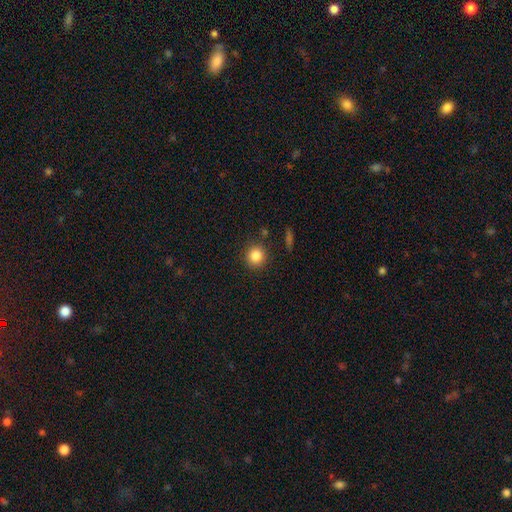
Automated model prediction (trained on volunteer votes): Morphology: type=smooth (85%); roundness=round (90%); merging=none (88%).